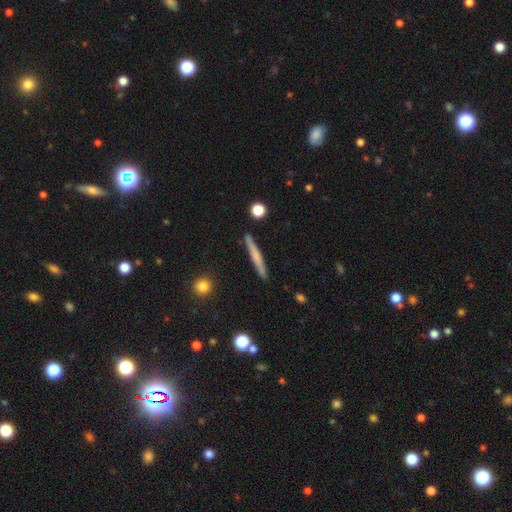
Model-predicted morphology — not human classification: Overall: smooth (58%; featured or disk 36%). How rounded: cigar-shaped (96%). Merging: none (89%).